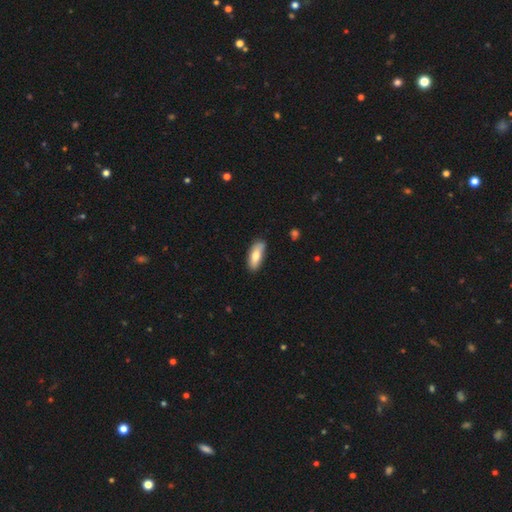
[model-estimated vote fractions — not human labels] Morphology: type=smooth (74%); roundness=in between (68%); merging=none (77%).